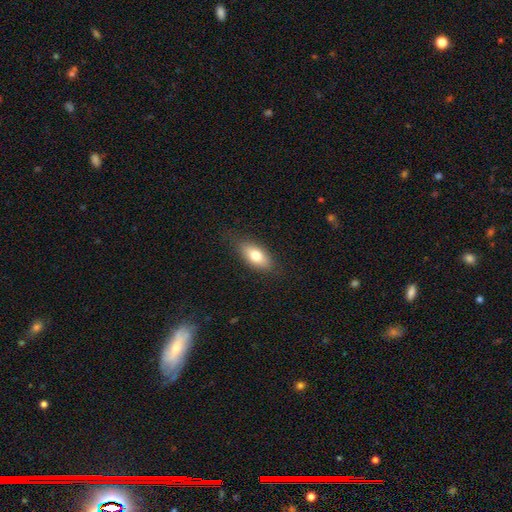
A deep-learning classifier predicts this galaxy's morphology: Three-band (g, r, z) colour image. It shows a smooth galaxy with no disk features (74%) that is in between round and cigar-shaped (84%). Merging: none (82%).